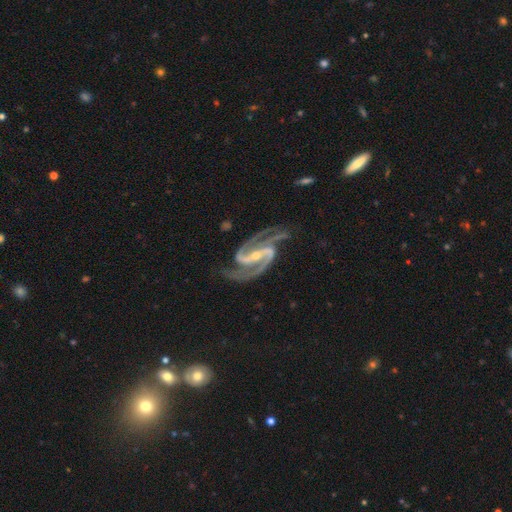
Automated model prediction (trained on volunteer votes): Overall: featured or disk (94%). Edge-on disk: no (98%). Bar: strong (66%). Spiral arms: yes (99%). Spiral arm count: 2 (80%). Spiral winding: medium (63%). Bulge size: small (66%; moderate 31%). Merging: none (72%).